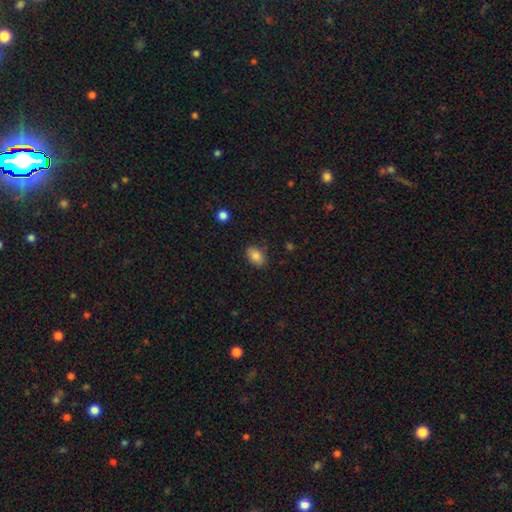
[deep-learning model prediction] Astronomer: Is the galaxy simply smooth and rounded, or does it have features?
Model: smooth — 85%.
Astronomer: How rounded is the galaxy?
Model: in between — 83%.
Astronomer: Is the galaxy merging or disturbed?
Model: none — 85%.